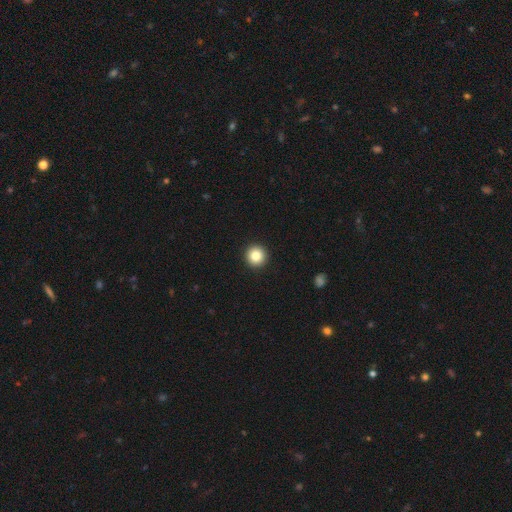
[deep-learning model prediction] The model was most divided on "smooth or featured": smooth: 85%, star or artifact: 10%, featured or disk: 5%. More confident: how rounded — round (96%); merging — none (94%).